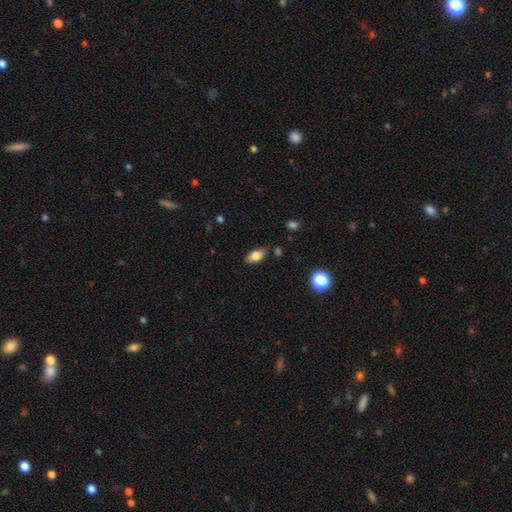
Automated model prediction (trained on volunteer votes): Overall: smooth (81%). How rounded: in between (90%). Merging: none (81%).